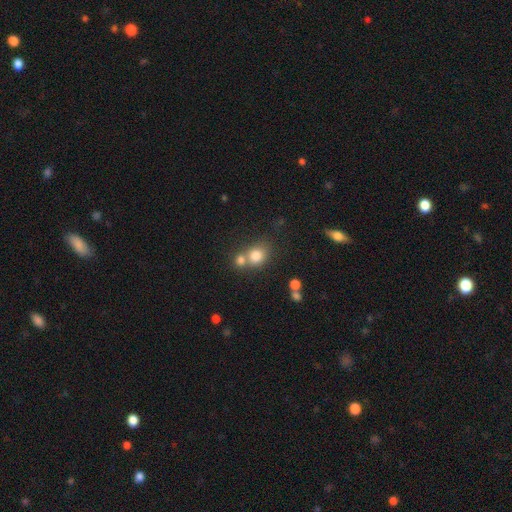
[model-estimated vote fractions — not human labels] Overall: smooth (78%). How rounded: round (71%). Merging: merger (45%; none 43%).